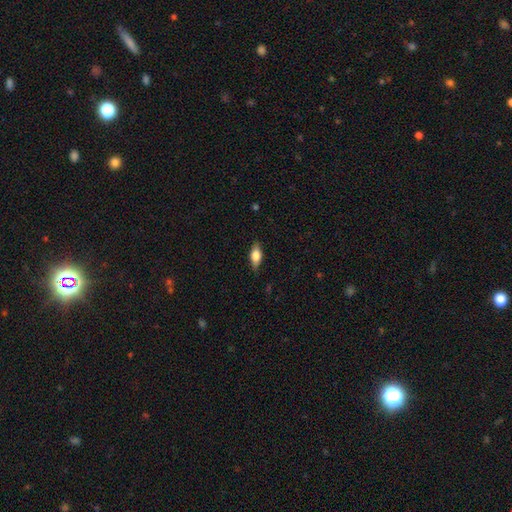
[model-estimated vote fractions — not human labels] Smooth or featured: smooth — 62% (featured or disk — 31%)
How rounded: in between — 77% (cigar-shaped — 18%)
Merging: none — 82% (minor disturbance — 14%)